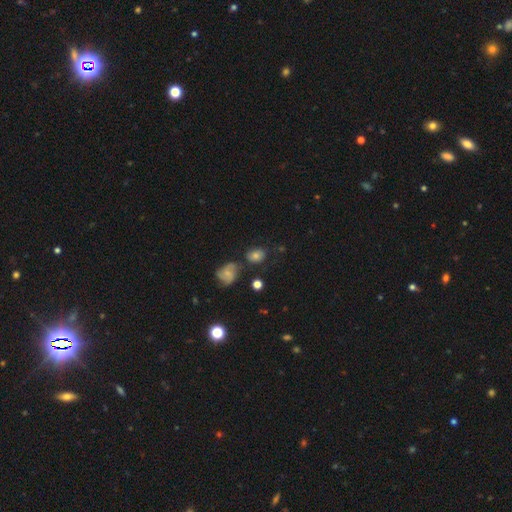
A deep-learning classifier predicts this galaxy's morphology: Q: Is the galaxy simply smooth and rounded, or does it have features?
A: smooth — 56%.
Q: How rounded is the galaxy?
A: round — 58%.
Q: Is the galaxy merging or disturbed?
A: none — 64%.